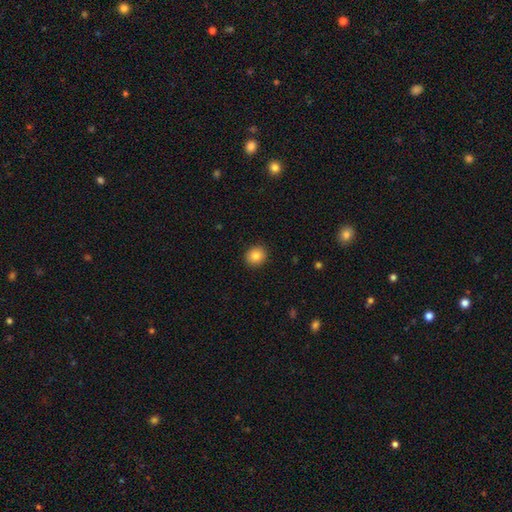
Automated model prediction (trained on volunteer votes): Q: Smooth or featured?
A: smooth (83%); runner-up: star or artifact (10%)
Q: How rounded?
A: round (82%); runner-up: in between (17%)
Q: Merging?
A: none (91%); runner-up: minor disturbance (6%)